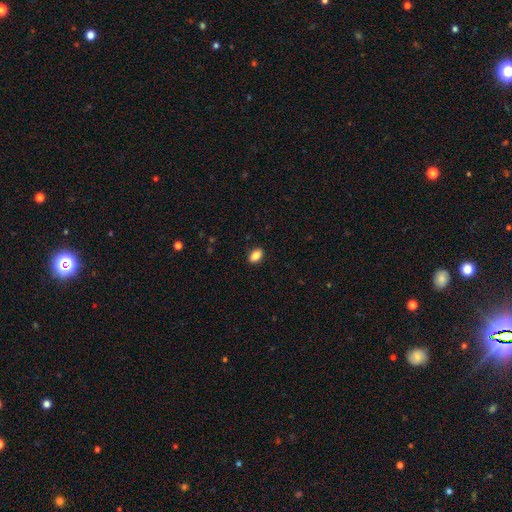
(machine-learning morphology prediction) A smooth galaxy with no disk features (86%) that is in between round and cigar-shaped (86%).

Vote fractions:
- Smooth or featured? smooth: 86% / star or artifact: 8% / featured or disk: 5%
- How rounded? in between: 86% / round: 12% / cigar-shaped: 2%
- Merging? none: 90% / minor disturbance: 8% / major disturbance: 2% / merger: 1%